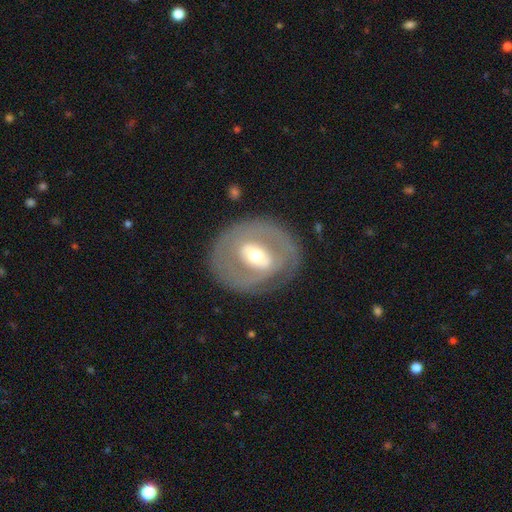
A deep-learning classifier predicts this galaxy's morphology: Smooth or featured? Predicted: featured or disk (p=0.68). Edge-on disk? Predicted: no (p=0.94). Bar? Predicted: weak (p=0.35). Spiral arms? Predicted: no (p=0.68). Bulge size? Predicted: moderate (p=0.64). Merging? Predicted: none (p=0.78).